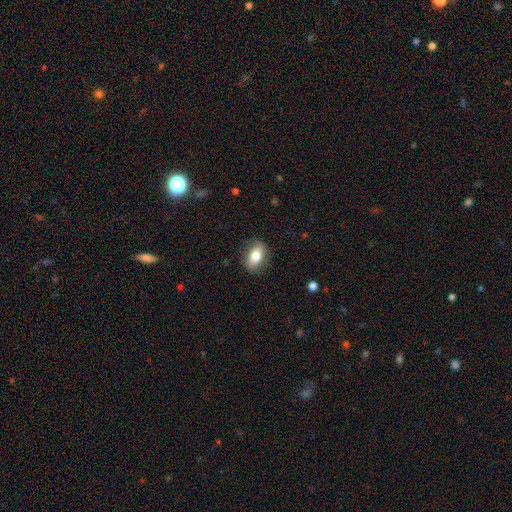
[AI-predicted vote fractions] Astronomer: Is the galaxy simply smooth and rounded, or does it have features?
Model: smooth — 76%.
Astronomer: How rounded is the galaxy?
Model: in between — 84%.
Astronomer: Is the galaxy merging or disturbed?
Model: none — 85%.